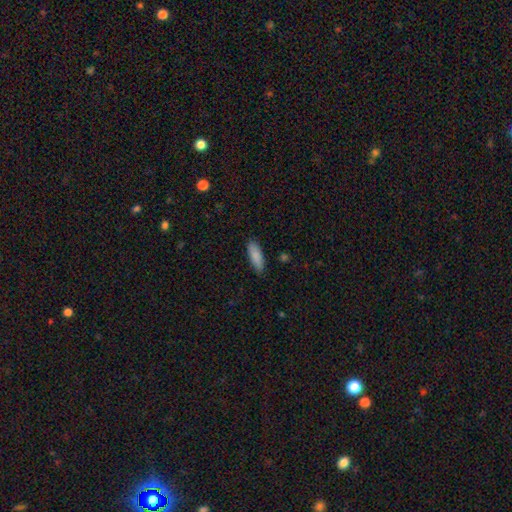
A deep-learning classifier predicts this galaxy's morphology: Q: Smooth or featured?
A: smooth (88%); runner-up: featured or disk (6%)
Q: How rounded?
A: in between (63%); runner-up: cigar-shaped (35%)
Q: Merging?
A: none (86%); runner-up: minor disturbance (11%)